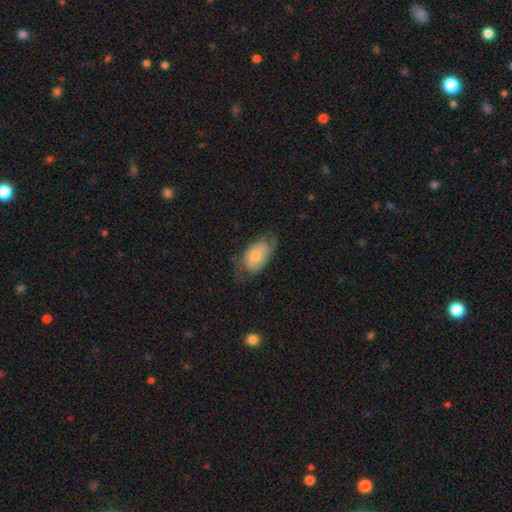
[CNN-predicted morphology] A smooth galaxy with no disk features (65%) that is in between round and cigar-shaped (92%).

Vote fractions:
- Smooth or featured? smooth: 65% / featured or disk: 28% / star or artifact: 7%
- How rounded? in between: 92% / round: 6% / cigar-shaped: 2%
- Merging? none: 52% / minor disturbance: 31% / major disturbance: 16% / merger: 1%